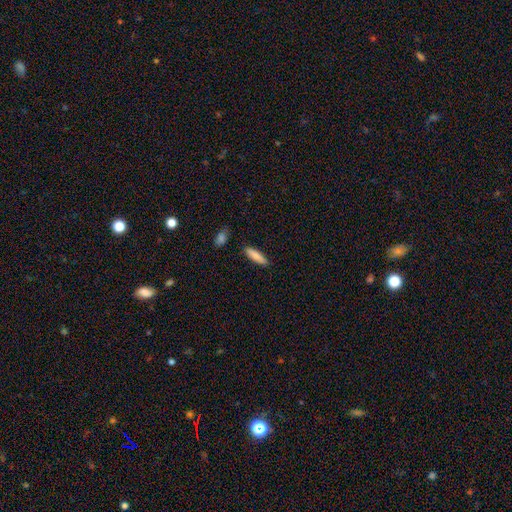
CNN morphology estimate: This appears to be a smooth galaxy with no disk features (84%) that is cigar-shaped (64%). Merging: none (84%).